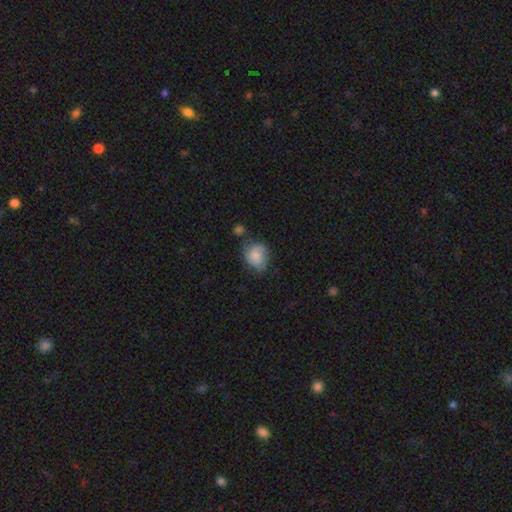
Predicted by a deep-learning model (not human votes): Morphology: type=smooth (70%); roundness=round (62%); merging=none (53%).